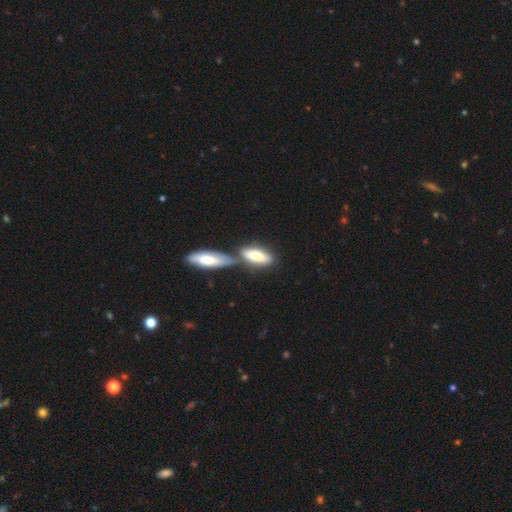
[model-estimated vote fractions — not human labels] Smooth or featured: smooth — 72% (featured or disk — 22%)
How rounded: in between — 63% (cigar-shaped — 35%)
Merging: merger — 44% (none — 41%)